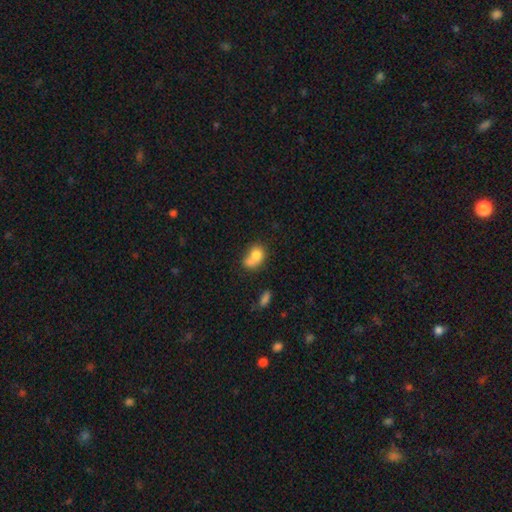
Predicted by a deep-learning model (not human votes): Morphology: type=smooth (75%); roundness=in between (58%); merging=merger (46%).